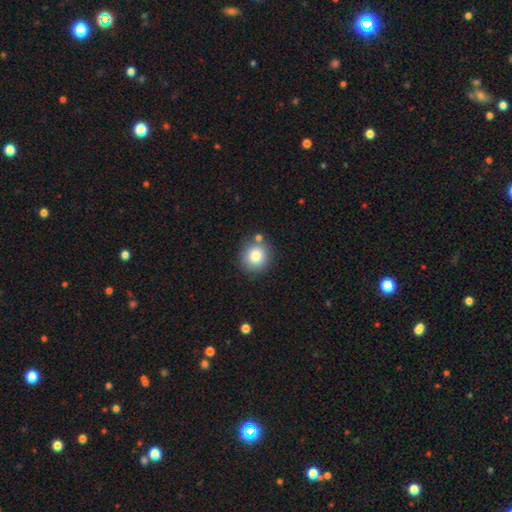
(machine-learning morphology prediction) This is clearly a smooth galaxy (81%). How rounded: clearly round (88%). Merging: likely none (78%).